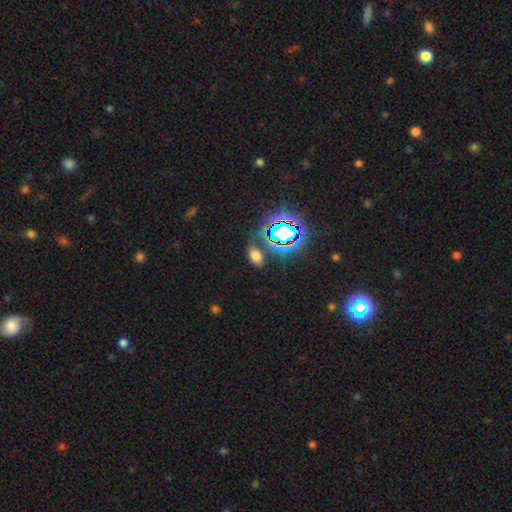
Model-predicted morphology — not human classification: This is possibly a smooth galaxy (57%). How rounded: clearly in between (87%). Merging: likely none (77%).